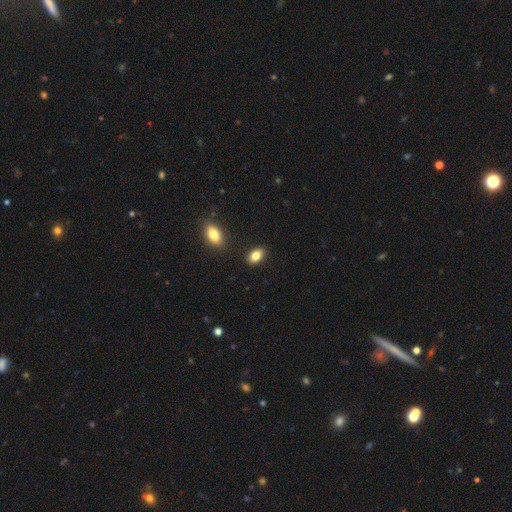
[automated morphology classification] smooth_or_featured: smooth (p=0.84) [alt: star or artifact p=0.08]
how_rounded: in between (p=0.89) [alt: round p=0.08]
merging: none (p=0.87) [alt: minor disturbance p=0.08]